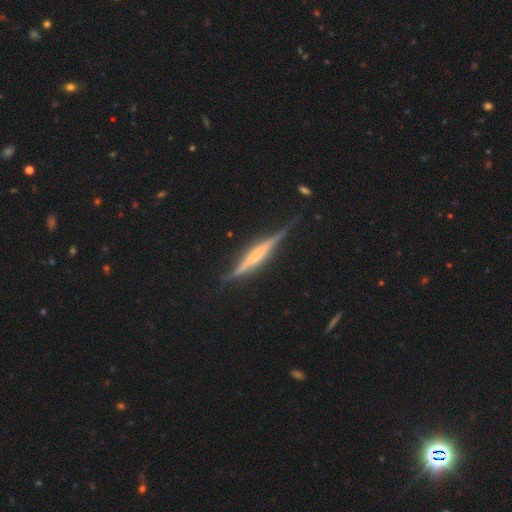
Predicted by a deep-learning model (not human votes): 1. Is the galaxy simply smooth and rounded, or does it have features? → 77% featured or disk, 16% smooth, 7% star or artifact.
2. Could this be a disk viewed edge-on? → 97% yes, 3% no.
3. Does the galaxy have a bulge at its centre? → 47% rounded, 30% boxy, 24% none.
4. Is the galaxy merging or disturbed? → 79% none, 15% minor disturbance, 4% major disturbance, 2% merger.